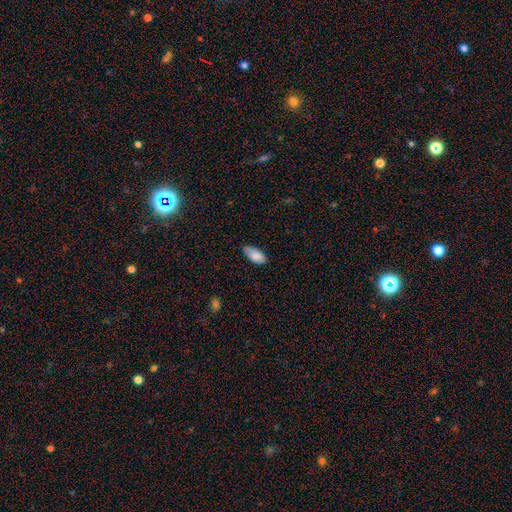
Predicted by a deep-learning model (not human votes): Morphology: type=smooth (86%); roundness=in between (91%); merging=none (68%).